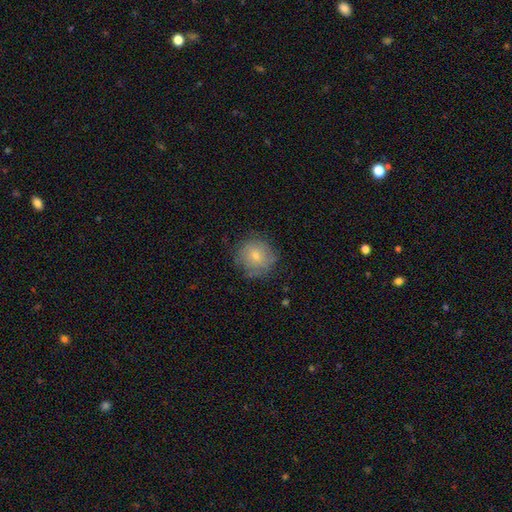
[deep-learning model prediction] Smooth or featured? Predicted: smooth (p=0.64). How rounded? Predicted: round (p=0.91). Merging? Predicted: none (p=0.79).